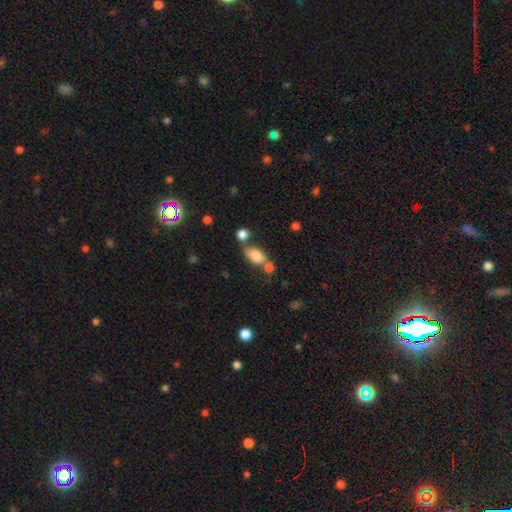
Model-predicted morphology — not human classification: Overall: smooth (76%). How rounded: in between (83%). Merging: none (42%; merger 32%).